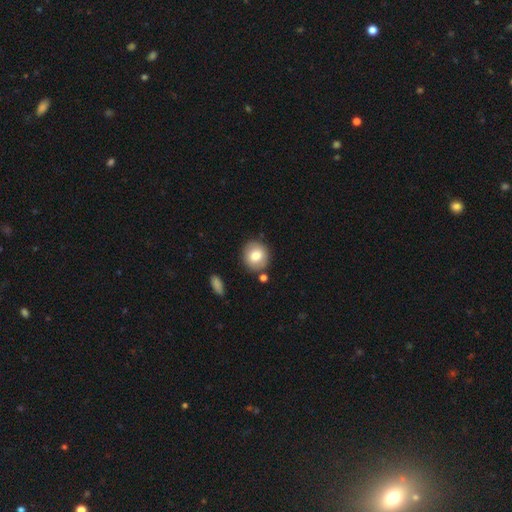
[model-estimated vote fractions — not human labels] smooth-or-featured: smooth: 78% | featured or disk: 14% | star or artifact: 8%
  how-rounded: round: 84% | in between: 15% | cigar-shaped: 1%
  merging: none: 81% | minor disturbance: 10% | merger: 6% | major disturbance: 3%